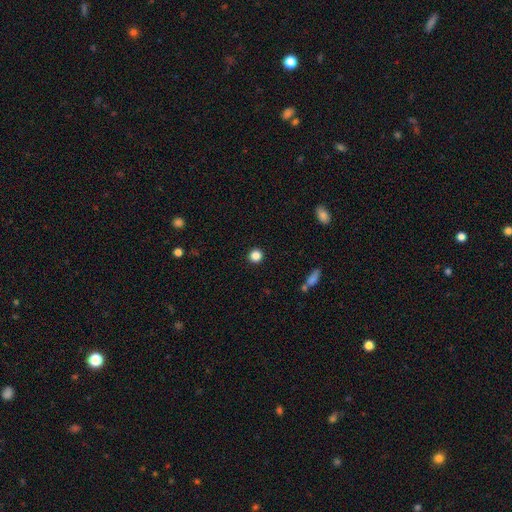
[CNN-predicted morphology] type=smooth (85%); roundness=round (94%); merging=none (93%).